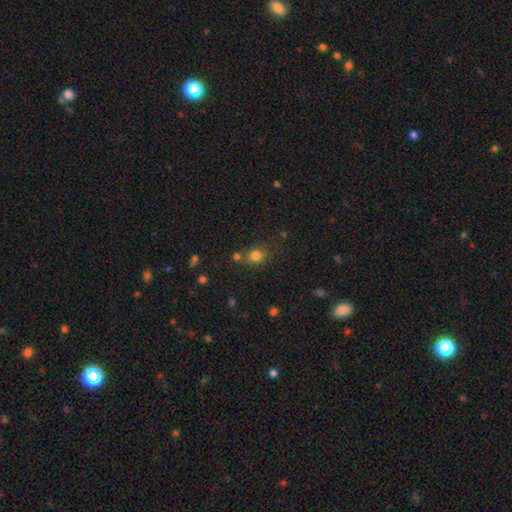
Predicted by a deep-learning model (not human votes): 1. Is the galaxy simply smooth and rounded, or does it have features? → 79% smooth, 15% star or artifact, 7% featured or disk.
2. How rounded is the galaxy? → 67% round, 32% in between, 1% cigar-shaped.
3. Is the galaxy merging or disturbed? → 66% none, 16% merger, 13% minor disturbance, 5% major disturbance.